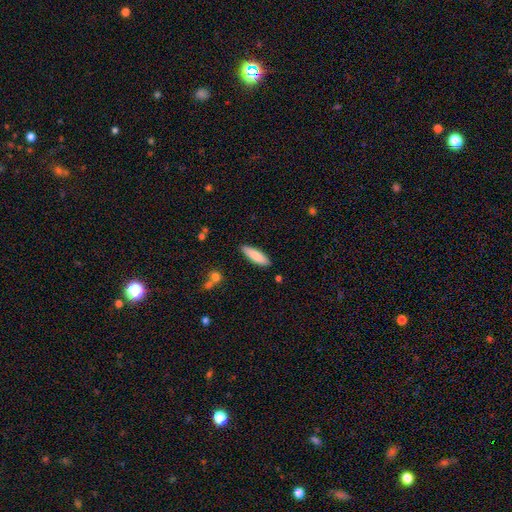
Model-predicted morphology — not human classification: A smooth galaxy with no disk features (84%) that is cigar-shaped (59%).

Vote fractions:
- Smooth or featured? smooth: 84% / featured or disk: 11% / star or artifact: 6%
- How rounded? cigar-shaped: 59% / in between: 39% / round: 1%
- Merging? none: 87% / minor disturbance: 9% / major disturbance: 2% / merger: 2%